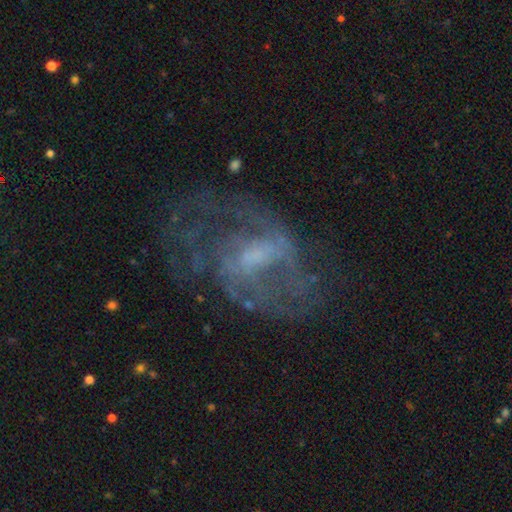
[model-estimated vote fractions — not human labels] Smooth or featured?
  - featured or disk: 78% *
  - smooth: 11%
  - star or artifact: 10%
Edge-on disk?
  - no: 97% *
  - yes: 3%
Bar?
  - weak: 50% *
  - no: 36%
  - strong: 14%
Spiral arms?
  - yes: 78% *
  - no: 22%
Spiral winding?
  - medium: 43% *
  - loose: 34%
  - tight: 22%
Spiral arm count?
  - 2: 42% *
  - can't tell: 35%
  - 3: 9%
  - 1: 6%
  - 4: 4%
  - more than 4: 4%
Bulge size?
  - small: 41% *
  - moderate: 29%
  - none: 25%
  - large: 4%
  - dominant: 1%
Merging?
  - none: 54% *
  - major disturbance: 25%
  - minor disturbance: 18%
  - merger: 3%